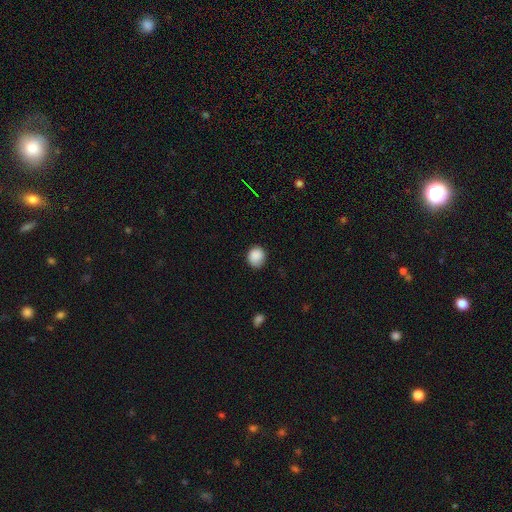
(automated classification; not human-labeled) smooth_or_featured: smooth (p=0.88) [alt: star or artifact p=0.08]
how_rounded: round (p=0.81) [alt: in between p=0.19]
merging: none (p=0.80) [alt: minor disturbance p=0.16]